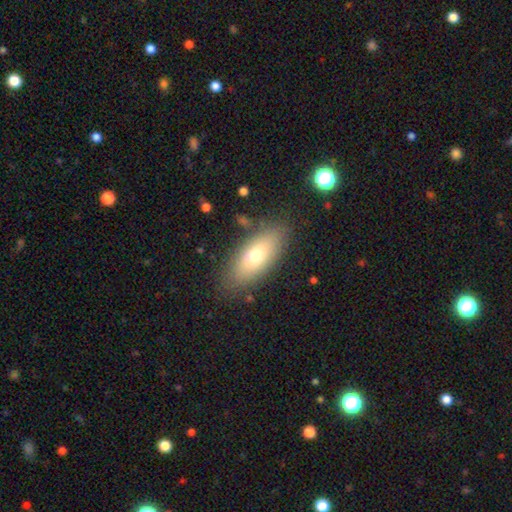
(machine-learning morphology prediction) smooth 68%, featured or disk 24%, star or artifact 8%. Down the decision tree: how rounded — in between (78%); merging — none (84%).